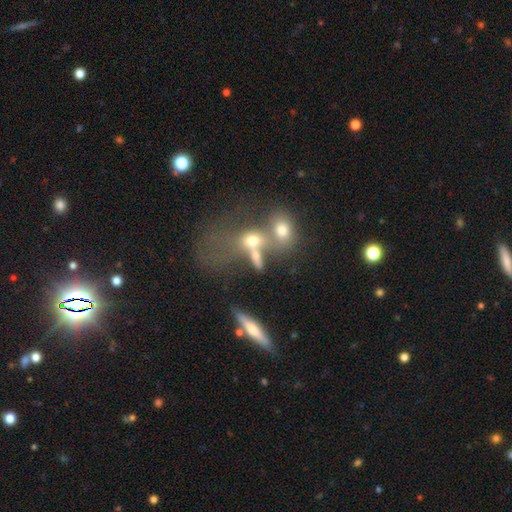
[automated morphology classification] smooth_or_featured: smooth (p=0.60) [alt: featured or disk p=0.26]
how_rounded: in between (p=0.57) [alt: round p=0.27]
merging: merger (p=0.52) [alt: none p=0.26]